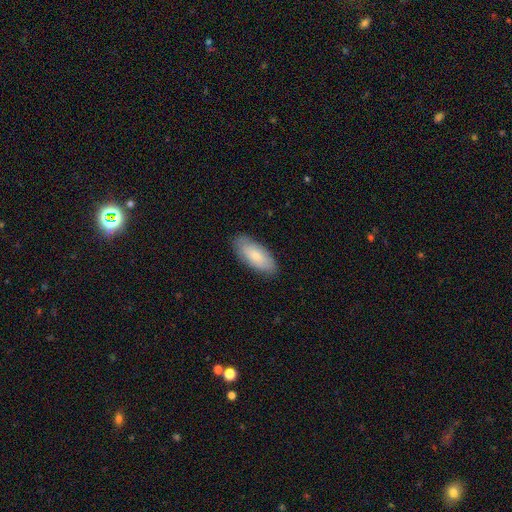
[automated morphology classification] Q: Smooth or featured?
A: smooth (77%); runner-up: featured or disk (17%)
Q: How rounded?
A: in between (86%); runner-up: cigar-shaped (12%)
Q: Merging?
A: none (82%); runner-up: minor disturbance (14%)